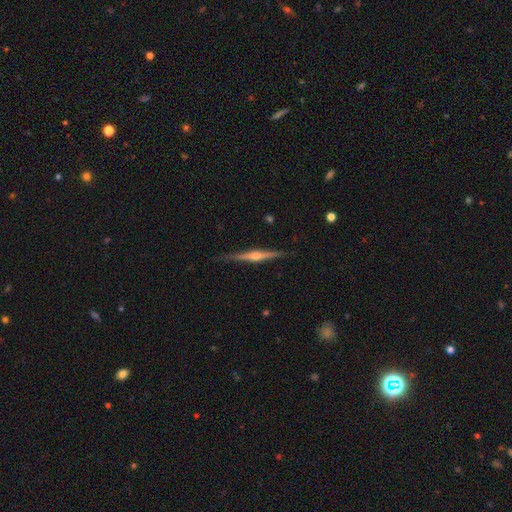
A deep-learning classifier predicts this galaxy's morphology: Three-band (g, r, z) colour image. It shows a featured or disk galaxy (82%) viewed edge-on (98%) with a rounded central bulge (91%). Merging: none (88%).